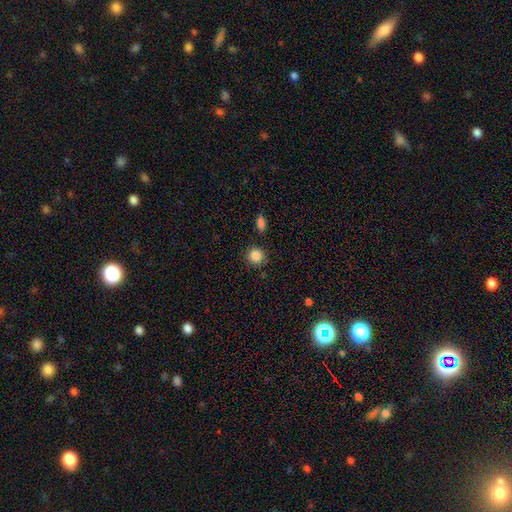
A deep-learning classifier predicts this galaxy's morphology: Q: Smooth or featured?
A: smooth (86%); runner-up: star or artifact (10%)
Q: How rounded?
A: round (91%); runner-up: in between (8%)
Q: Merging?
A: none (86%); runner-up: minor disturbance (8%)